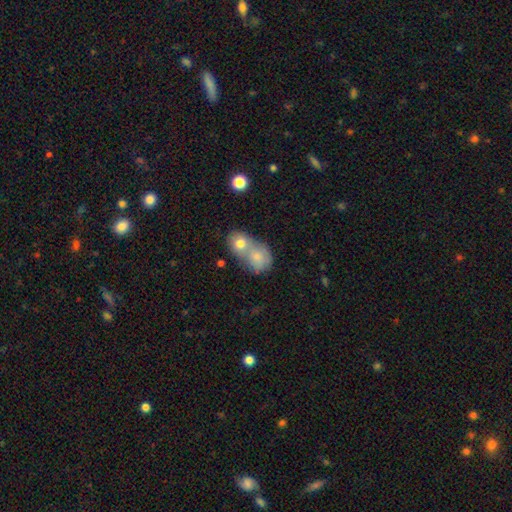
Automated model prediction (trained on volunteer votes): smooth-or-featured: smooth: 74% | featured or disk: 17% | star or artifact: 9%
  how-rounded: round: 57% | in between: 42% | cigar-shaped: 1%
  merging: merger: 72% | none: 19% | minor disturbance: 6% | major disturbance: 3%